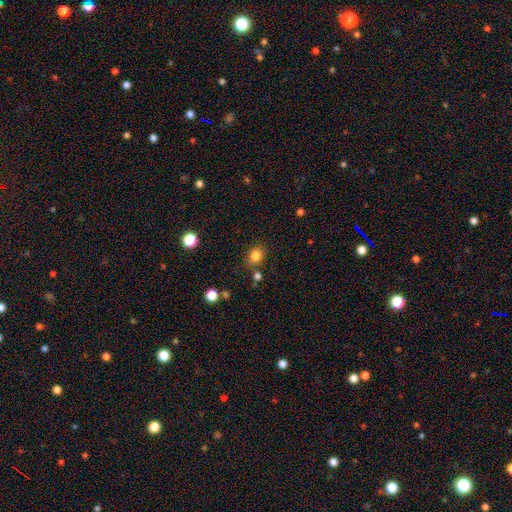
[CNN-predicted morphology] Smooth or featured? Predicted: smooth (p=0.83). How rounded? Predicted: round (p=0.63). Merging? Predicted: none (p=0.78).